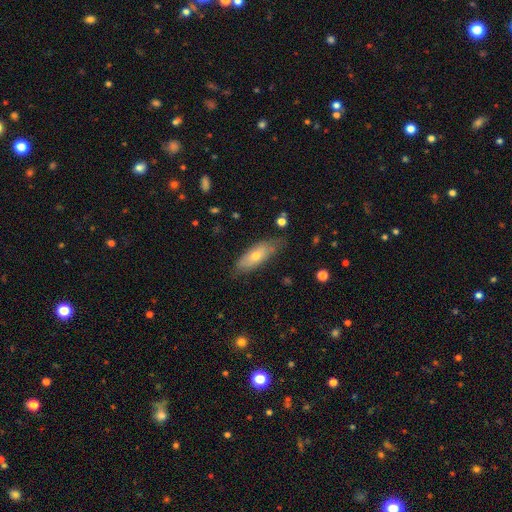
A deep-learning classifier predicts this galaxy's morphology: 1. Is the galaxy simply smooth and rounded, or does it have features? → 62% smooth, 32% featured or disk, 6% star or artifact.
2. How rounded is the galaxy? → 66% in between, 32% cigar-shaped, 3% round.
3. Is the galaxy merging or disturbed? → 67% none, 25% minor disturbance, 5% major disturbance, 2% merger.